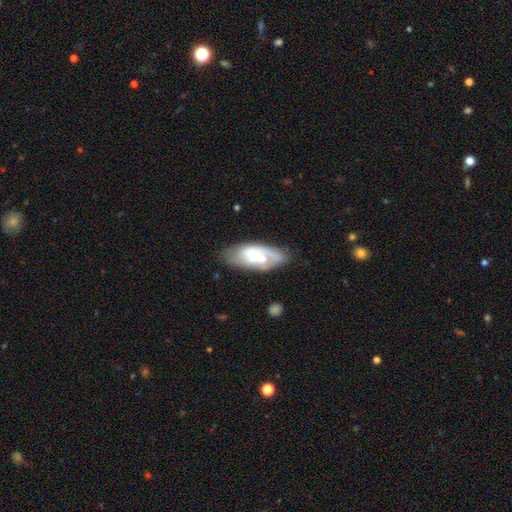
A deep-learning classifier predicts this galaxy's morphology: type=featured or disk (57%); edge-on=no (92%); bar=no (57%); spiral arms=yes (78%); bulge=small (43%); merging=none (64%).